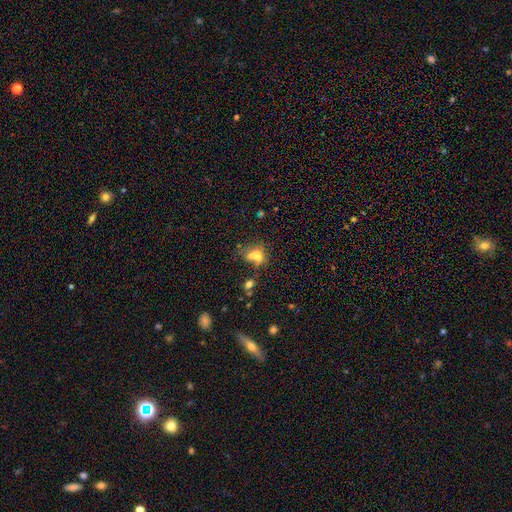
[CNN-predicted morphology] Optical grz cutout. It shows a smooth galaxy with no disk features (61%) that is in between round and cigar-shaped (61%). Merging: merger (41%).